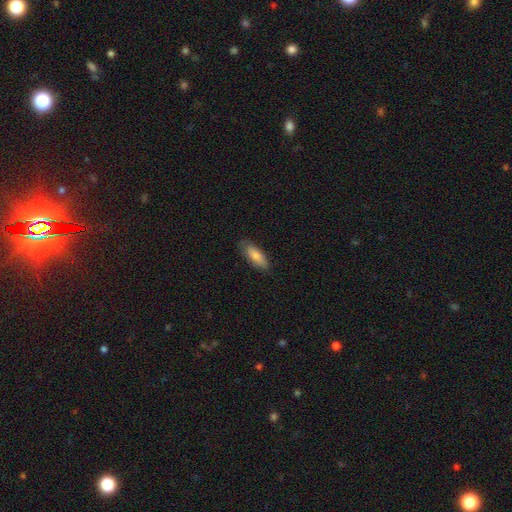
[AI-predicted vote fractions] Smooth or featured? Predicted: smooth (p=0.80). How rounded? Predicted: in between (p=0.70). Merging? Predicted: none (p=0.78).